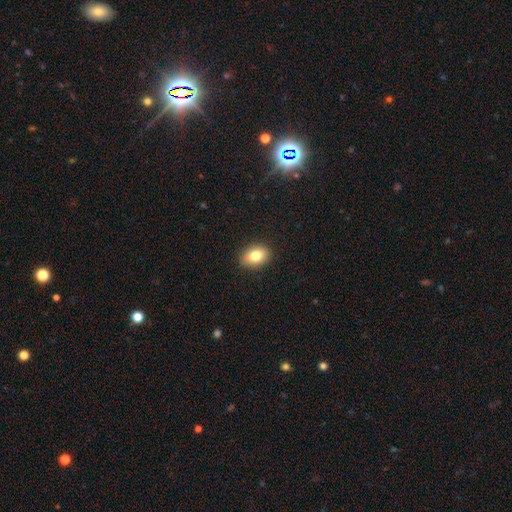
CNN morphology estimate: The model was most divided on "how rounded": in between: 77%, round: 22%, cigar-shaped: 1%. More confident: merging — none (89%); smooth or featured — smooth (81%).